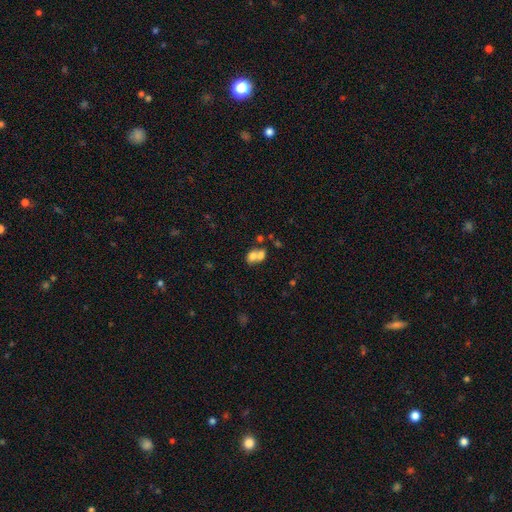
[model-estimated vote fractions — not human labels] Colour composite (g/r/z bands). It shows a smooth galaxy with no disk features (67%) that is in between round and cigar-shaped (53%). Merging: merger (68%).